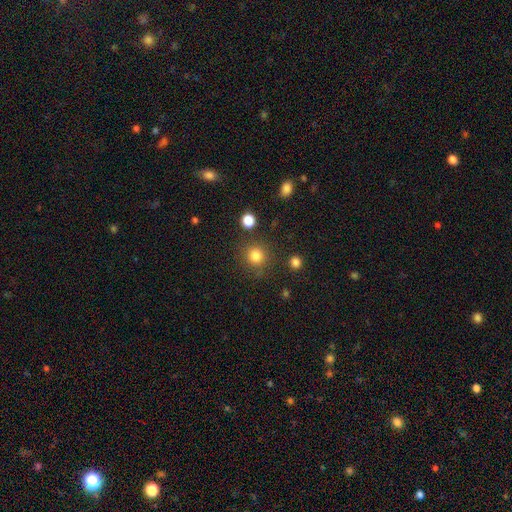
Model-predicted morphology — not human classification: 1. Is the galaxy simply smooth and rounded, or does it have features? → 82% smooth, 13% star or artifact, 5% featured or disk.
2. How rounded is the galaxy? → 92% round, 7% in between, 1% cigar-shaped.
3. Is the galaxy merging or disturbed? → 84% none, 8% minor disturbance, 4% merger, 4% major disturbance.